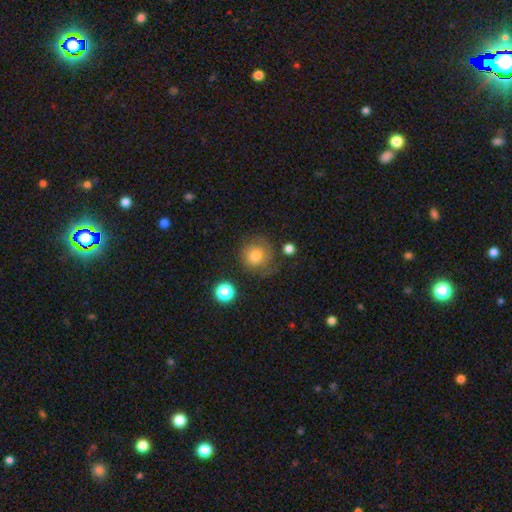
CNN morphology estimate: A smooth galaxy with no disk features (70%) that is round (89%).

Vote fractions:
- Smooth or featured? smooth: 70% / featured or disk: 20% / star or artifact: 11%
- How rounded? round: 89% / in between: 10% / cigar-shaped: 1%
- Merging? none: 64% / minor disturbance: 21% / major disturbance: 11% / merger: 4%